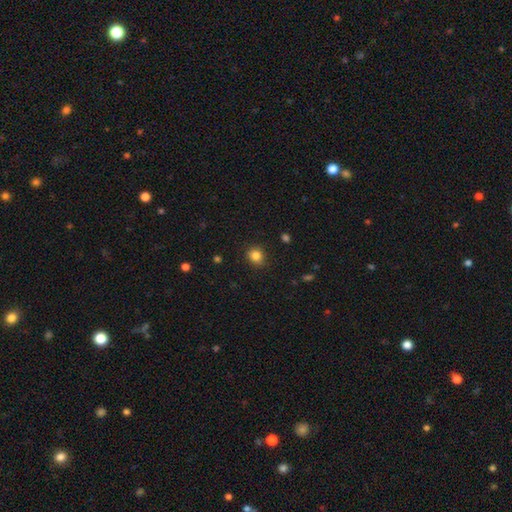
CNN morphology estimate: smooth 84%, star or artifact 11%, featured or disk 5%. Down the decision tree: how rounded — round (76%); merging — none (88%).